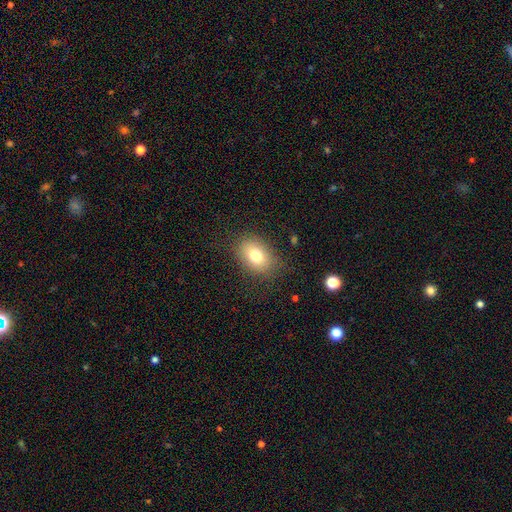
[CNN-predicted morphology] A smooth galaxy with no disk features (76%) that is in between round and cigar-shaped (74%). Merging: none (80%).